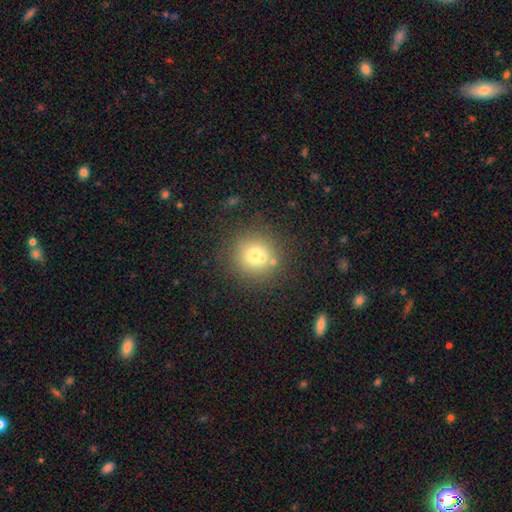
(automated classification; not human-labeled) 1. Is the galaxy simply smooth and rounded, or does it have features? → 70% smooth, 16% featured or disk, 14% star or artifact.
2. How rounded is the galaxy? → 91% round, 8% in between, 1% cigar-shaped.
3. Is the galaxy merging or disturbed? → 70% none, 15% merger, 11% minor disturbance, 4% major disturbance.